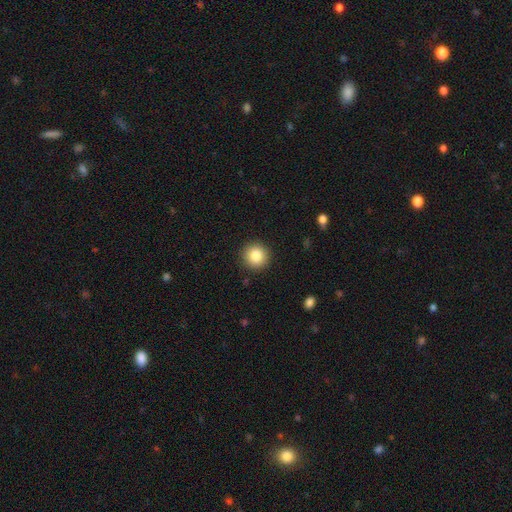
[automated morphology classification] type=smooth (85%); roundness=round (95%); merging=none (92%).